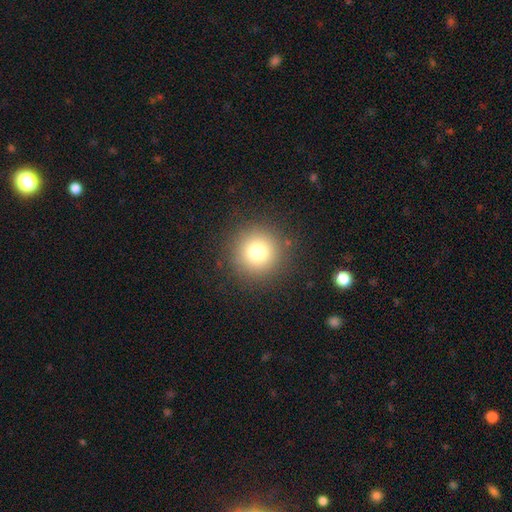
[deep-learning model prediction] Smooth or featured: smooth — 76% (star or artifact — 14%)
How rounded: round — 96% (in between — 3%)
Merging: none — 91% (minor disturbance — 6%)